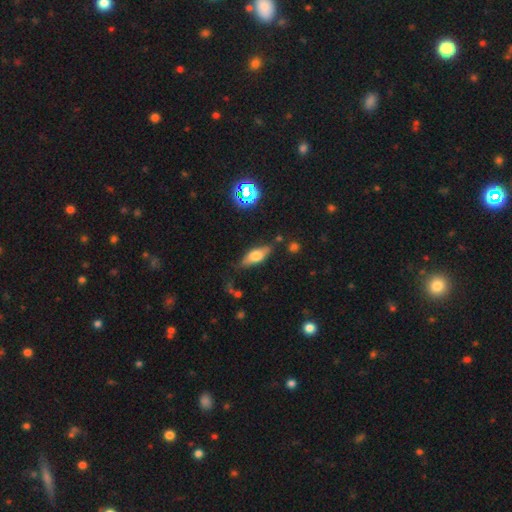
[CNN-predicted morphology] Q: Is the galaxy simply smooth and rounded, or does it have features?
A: smooth — 52%.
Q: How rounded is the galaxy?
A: in between — 66%.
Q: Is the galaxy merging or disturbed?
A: none — 75%.